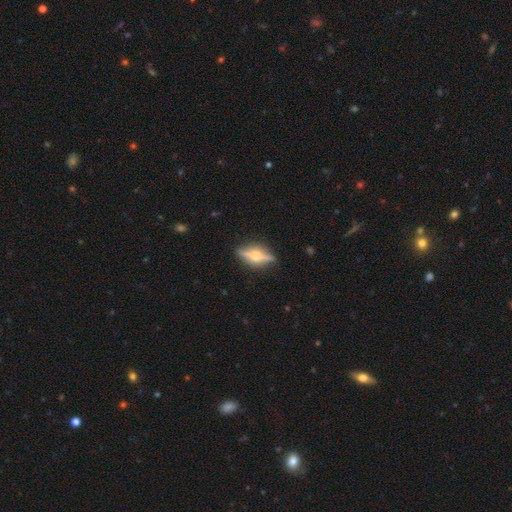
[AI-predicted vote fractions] This appears to be a featured or disk galaxy (72%) viewed edge-on (94%) with a rounded central bulge (93%). Merging: none (85%).